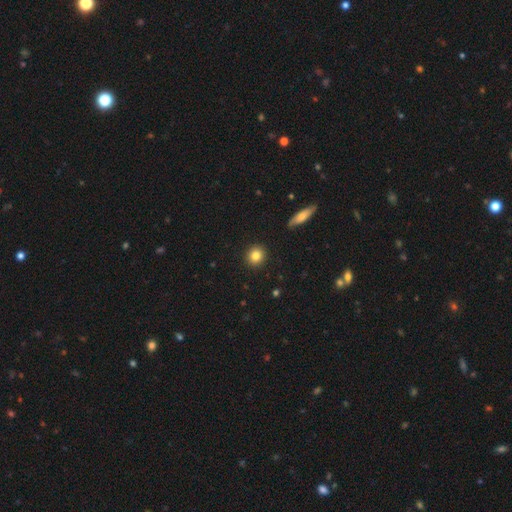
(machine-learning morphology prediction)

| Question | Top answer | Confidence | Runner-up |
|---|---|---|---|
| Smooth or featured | smooth | 83% | star or artifact (10%) |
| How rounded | round | 89% | in between (10%) |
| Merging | none | 92% | minor disturbance (5%) |